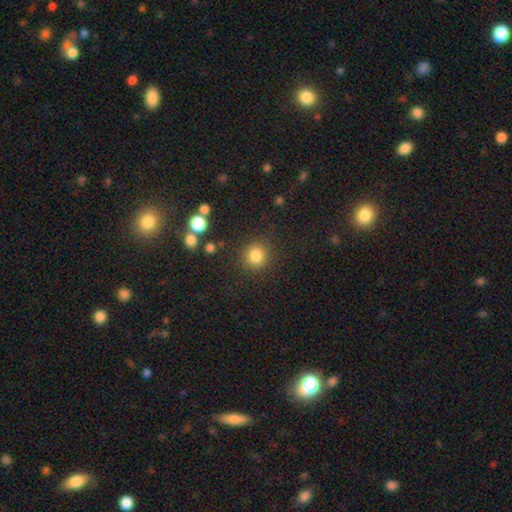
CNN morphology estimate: smooth 83%, star or artifact 12%, featured or disk 5%. Down the decision tree: how rounded — round (90%); merging — none (86%).